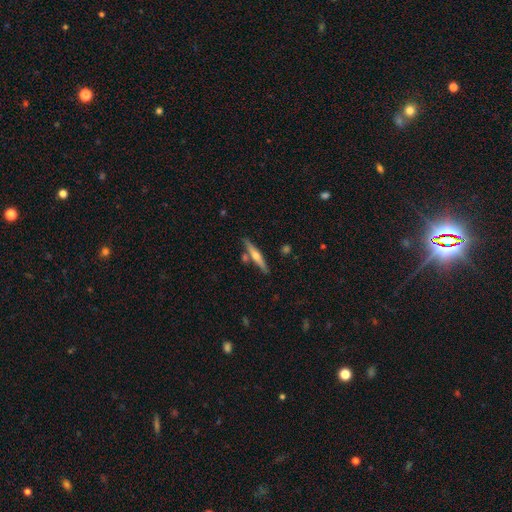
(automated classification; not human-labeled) Smooth or featured? Predicted: featured or disk (p=0.60). Edge-on disk? Predicted: yes (p=0.96). Edge-on bulge? Predicted: rounded (p=0.88). Merging? Predicted: none (p=0.80).